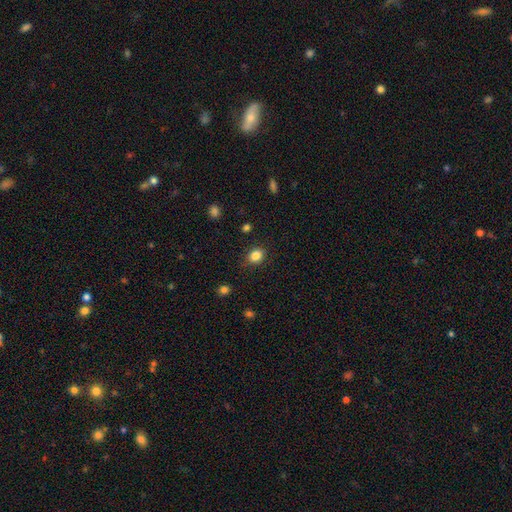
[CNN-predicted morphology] This is clearly a smooth galaxy (84%). How rounded: possibly round (59%). Merging: clearly none (86%).